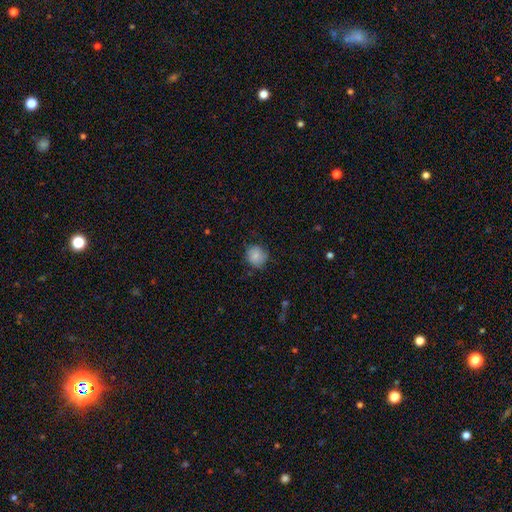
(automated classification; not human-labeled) Smooth or featured? Predicted: smooth (p=0.83). How rounded? Predicted: round (p=0.87). Merging? Predicted: none (p=0.75).